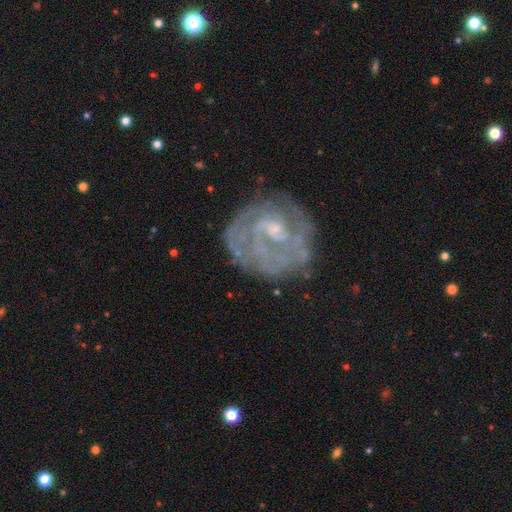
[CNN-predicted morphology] Smooth or featured? featured or disk (68%)
Edge-on disk? no (97%)
Bar? weak (45%)
Spiral arms? yes (75%)
Bulge size? small (60%)
Merging? none (72%)